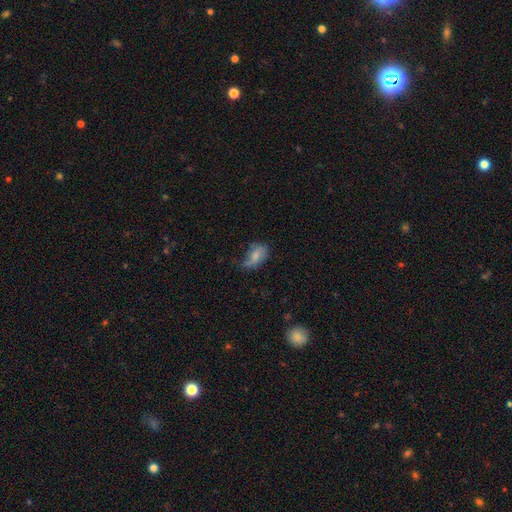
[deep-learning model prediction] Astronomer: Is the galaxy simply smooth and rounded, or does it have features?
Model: smooth — 64%.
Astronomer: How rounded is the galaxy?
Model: in between — 88%.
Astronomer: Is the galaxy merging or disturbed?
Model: none — 39% (runner-up: minor disturbance, 38%).